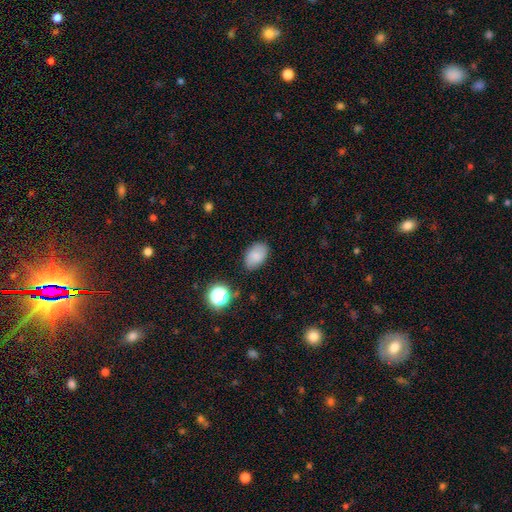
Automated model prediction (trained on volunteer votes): Overall: smooth (79%). How rounded: in between (87%). Merging: none (81%).